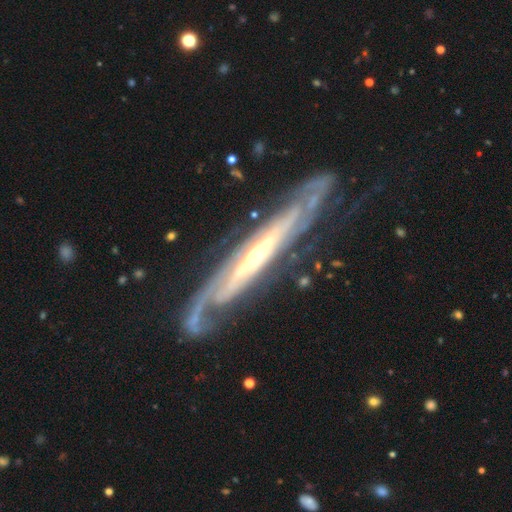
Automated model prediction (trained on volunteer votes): Smooth or featured? Predicted: featured or disk (p=0.88). Edge-on disk? Predicted: no (p=0.62). Bar? Predicted: no (p=0.51). Spiral arms? Predicted: yes (p=0.94). Spiral winding? Predicted: tight (p=0.62). Spiral arm count? Predicted: can't tell (p=0.38). Bulge size? Predicted: small (p=0.63). Merging? Predicted: none (p=0.73).